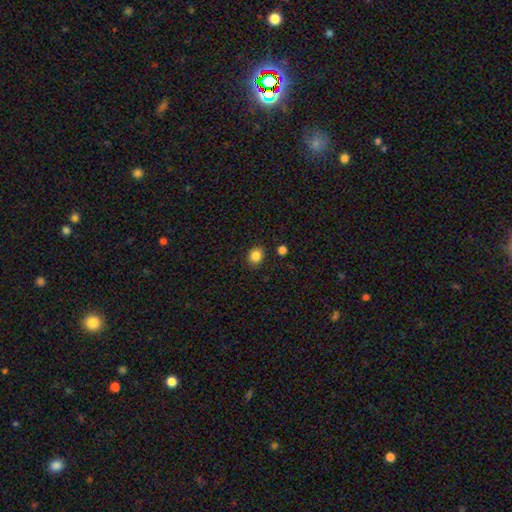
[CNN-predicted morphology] Smooth or featured: smooth — 85% (star or artifact — 11%)
How rounded: round — 66% (in between — 33%)
Merging: none — 88% (minor disturbance — 8%)